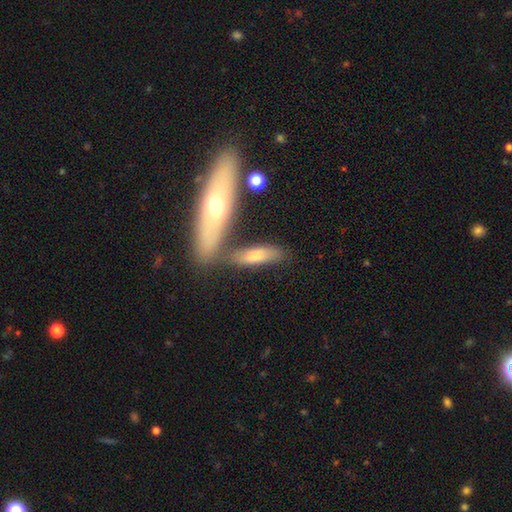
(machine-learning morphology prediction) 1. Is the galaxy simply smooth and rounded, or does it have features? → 71% smooth, 22% featured or disk, 7% star or artifact.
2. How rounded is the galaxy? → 56% cigar-shaped, 41% in between, 3% round.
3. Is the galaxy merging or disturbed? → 55% none, 24% merger, 15% minor disturbance, 6% major disturbance.